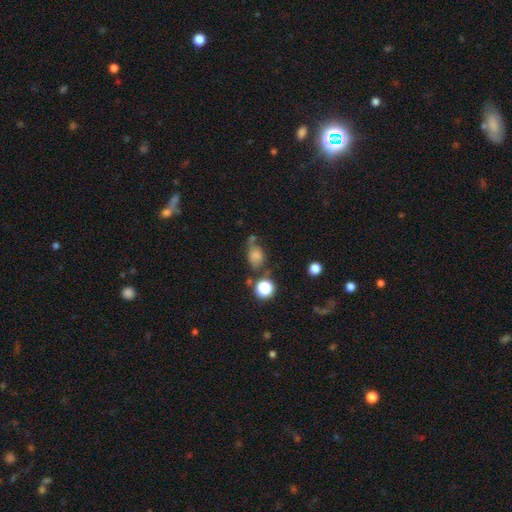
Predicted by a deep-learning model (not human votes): smooth-or-featured: smooth: 70% | star or artifact: 17% | featured or disk: 13%
  how-rounded: in between: 58% | round: 41% | cigar-shaped: 2%
  merging: none: 43% | minor disturbance: 25% | merger: 17% | major disturbance: 15%